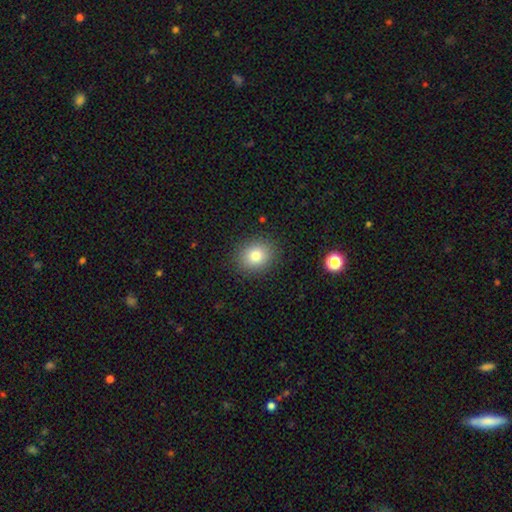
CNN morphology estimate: A smooth galaxy with no disk features (80%) that is round (67%).

Vote fractions:
- Smooth or featured? smooth: 80% / star or artifact: 11% / featured or disk: 9%
- How rounded? round: 67% / in between: 32% / cigar-shaped: 1%
- Merging? none: 89% / minor disturbance: 8% / major disturbance: 3% / merger: 1%